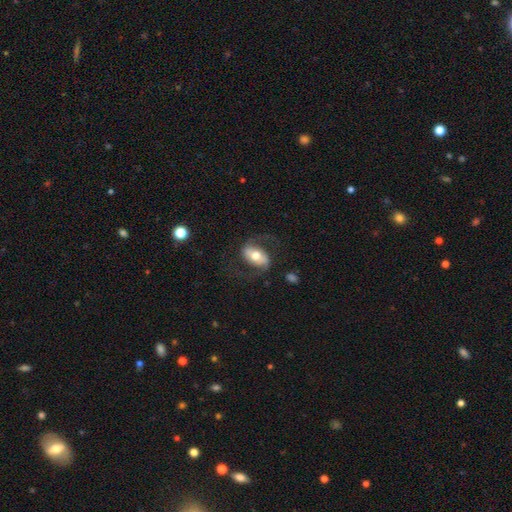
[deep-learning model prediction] Smooth or featured? Predicted: featured or disk (p=0.72). Edge-on disk? Predicted: no (p=0.96). Bar? Predicted: weak (p=0.34, tied with strong). Spiral arms? Predicted: yes (p=0.89). Spiral winding? Predicted: loose (p=0.48). Spiral arm count? Predicted: 2 (p=0.92). Bulge size? Predicted: moderate (p=0.69). Merging? Predicted: none (p=0.69).